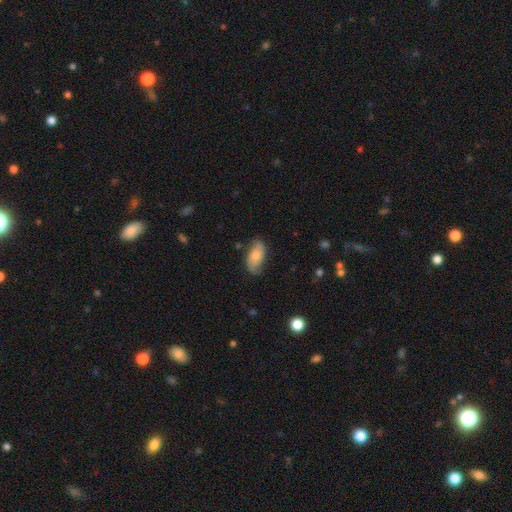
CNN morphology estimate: Smooth or featured? Predicted: smooth (p=0.51). How rounded? Predicted: in between (p=0.91). Merging? Predicted: none (p=0.70).